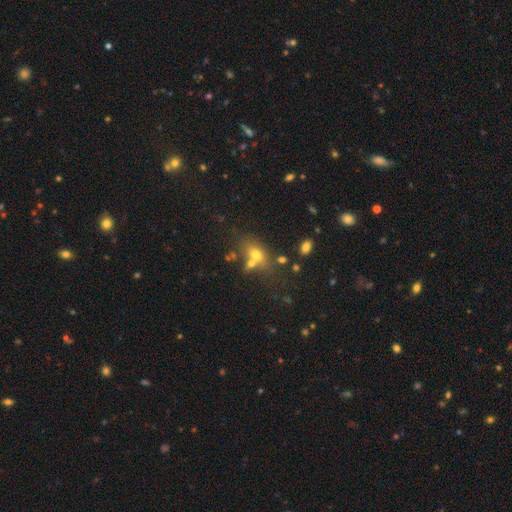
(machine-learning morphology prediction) A smooth galaxy with no disk features (67%) that is in between round and cigar-shaped (75%). Merging: none (44%).